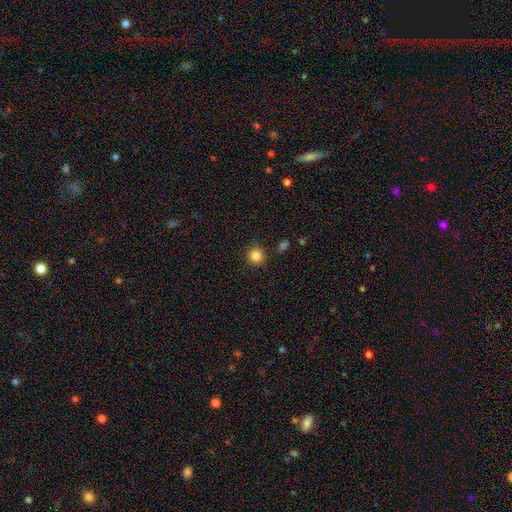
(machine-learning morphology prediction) A smooth galaxy with no disk features (85%) that is round (94%). Merging: none (89%).